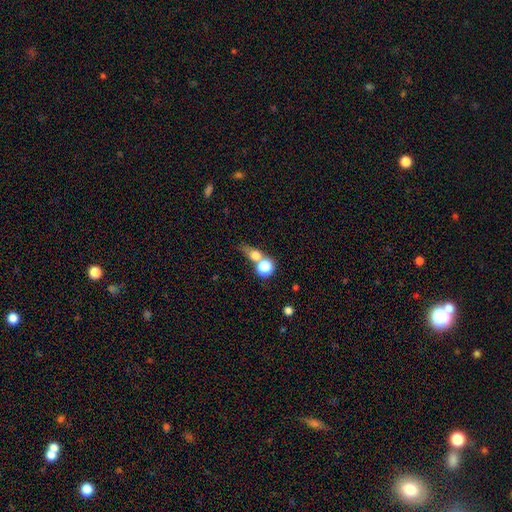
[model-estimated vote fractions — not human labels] This is likely a smooth galaxy (69%). How rounded: likely round (60%). Merging: possibly merger (47%).